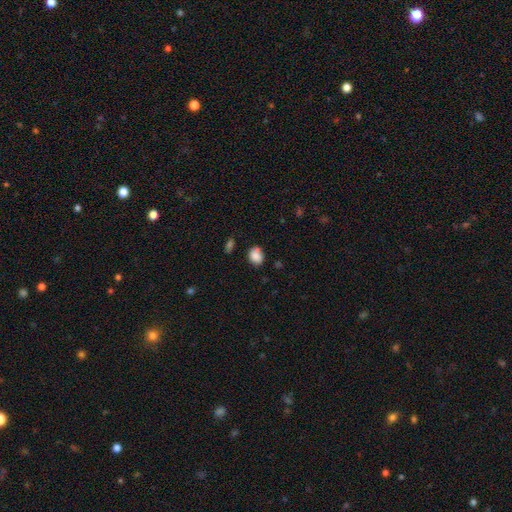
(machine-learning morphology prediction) Smooth or featured?
  - smooth: 86% *
  - star or artifact: 9%
  - featured or disk: 5%
How rounded?
  - in between: 56% *
  - round: 43%
  - cigar-shaped: 1%
Merging?
  - none: 70% *
  - minor disturbance: 22%
  - major disturbance: 4%
  - merger: 4%